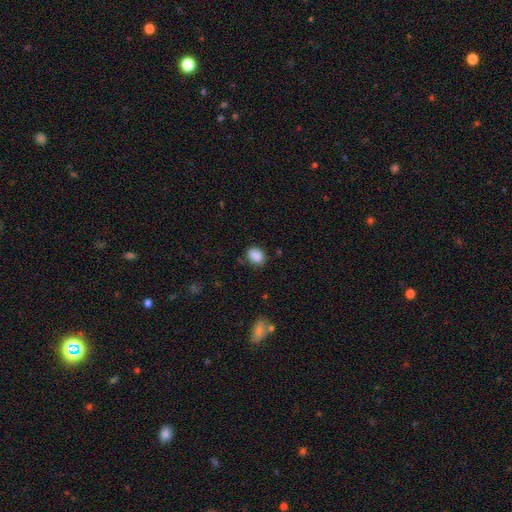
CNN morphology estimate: smooth 87%, star or artifact 9%, featured or disk 4%. Down the decision tree: how rounded — in between (62%); merging — none (75%).